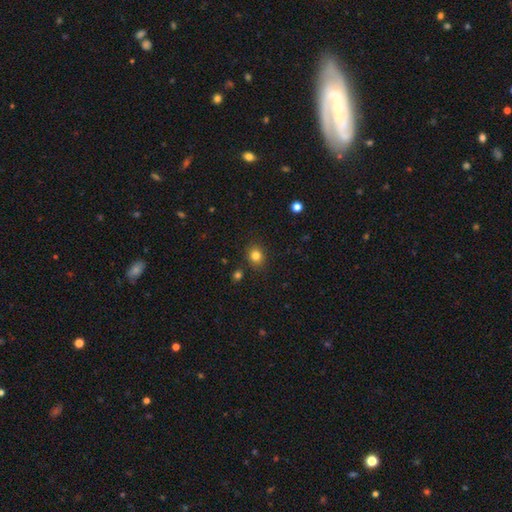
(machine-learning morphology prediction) smooth 82%, star or artifact 12%, featured or disk 6%. Down the decision tree: how rounded — round (72%); merging — none (86%).